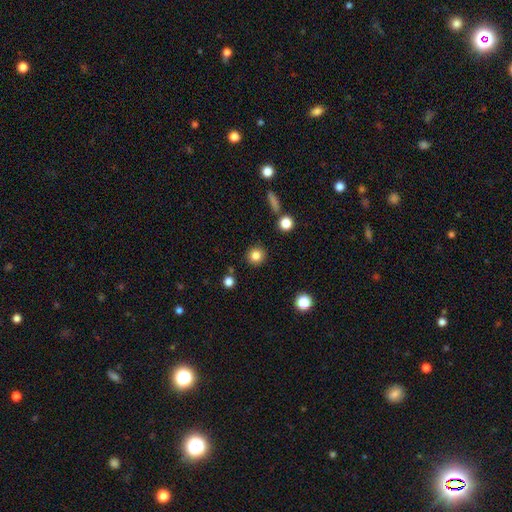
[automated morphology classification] Smooth or featured: smooth — 83% (star or artifact — 11%)
How rounded: round — 92% (in between — 7%)
Merging: none — 89% (minor disturbance — 6%)